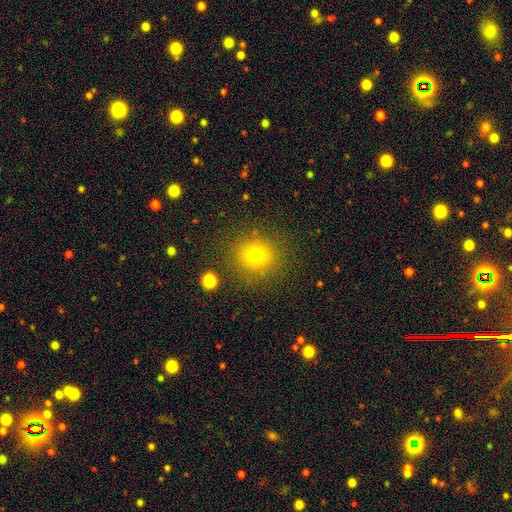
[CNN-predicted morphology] Q: Smooth or featured?
A: smooth (75%); runner-up: star or artifact (16%)
Q: How rounded?
A: round (89%); runner-up: in between (10%)
Q: Merging?
A: none (86%); runner-up: minor disturbance (8%)